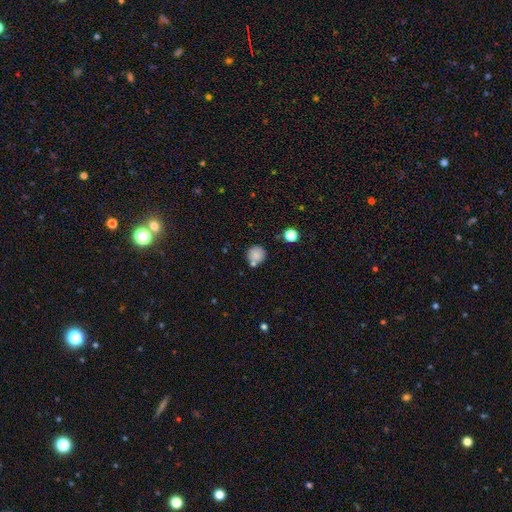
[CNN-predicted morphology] smooth_or_featured: smooth (p=0.82) [alt: star or artifact p=0.11]
how_rounded: round (p=0.89) [alt: in between p=0.10]
merging: none (p=0.67) [alt: merger p=0.15]